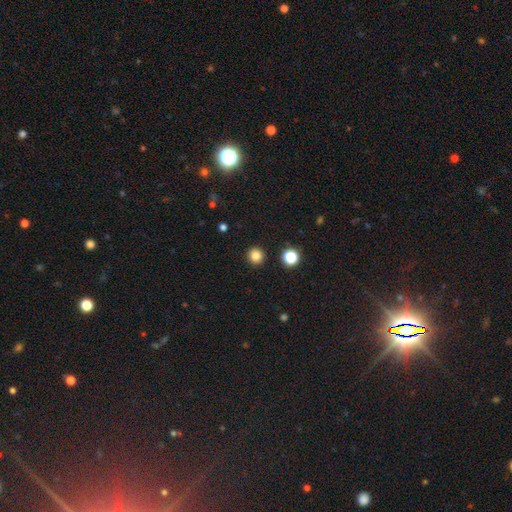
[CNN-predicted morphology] The model was most divided on "smooth or featured": smooth: 84%, star or artifact: 12%, featured or disk: 4%. More confident: how rounded — round (92%); merging — none (92%).